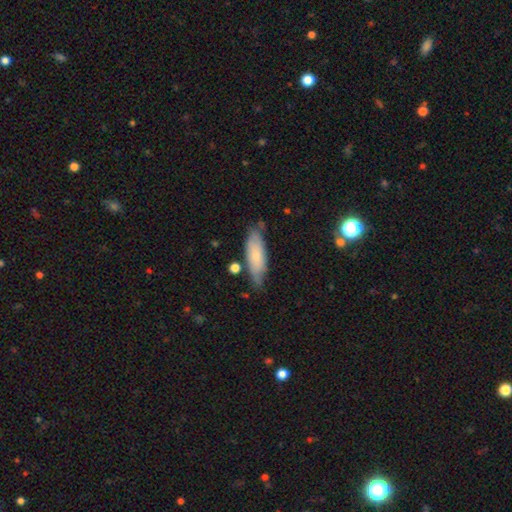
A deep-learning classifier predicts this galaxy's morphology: The model was most divided on "how rounded": in between: 57%, cigar-shaped: 41%, round: 2%. More confident: smooth or featured — smooth (70%); merging — none (69%).